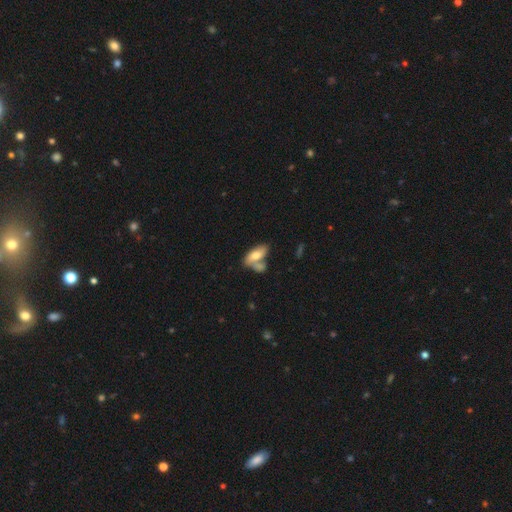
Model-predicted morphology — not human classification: smooth_or_featured: smooth (p=0.65) [alt: featured or disk p=0.28]
how_rounded: in between (p=0.83) [alt: cigar-shaped p=0.14]
merging: merger (p=0.42) [alt: none p=0.37]